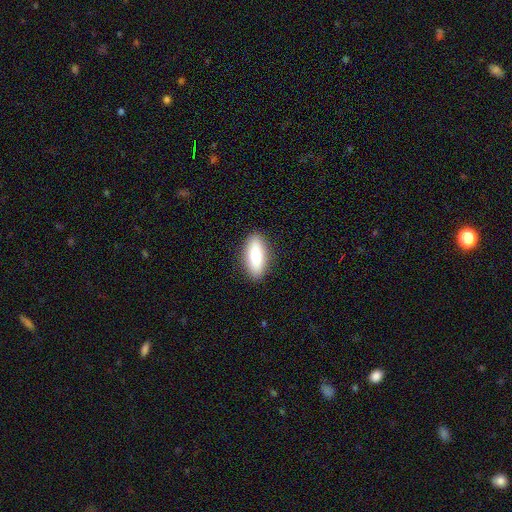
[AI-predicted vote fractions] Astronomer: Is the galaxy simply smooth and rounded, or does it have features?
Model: smooth — 80%.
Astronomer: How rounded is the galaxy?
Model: in between — 76%.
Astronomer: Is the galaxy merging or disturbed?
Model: none — 89%.